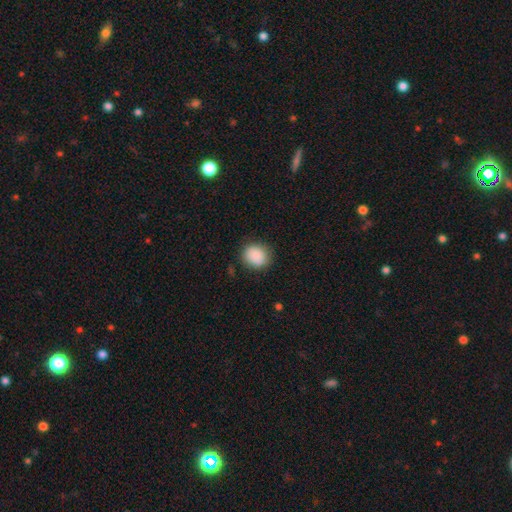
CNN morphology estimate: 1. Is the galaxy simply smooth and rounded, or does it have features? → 88% smooth, 7% star or artifact, 4% featured or disk.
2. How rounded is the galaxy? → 73% round, 26% in between, 1% cigar-shaped.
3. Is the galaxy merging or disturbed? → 83% none, 13% minor disturbance, 3% major disturbance, 1% merger.